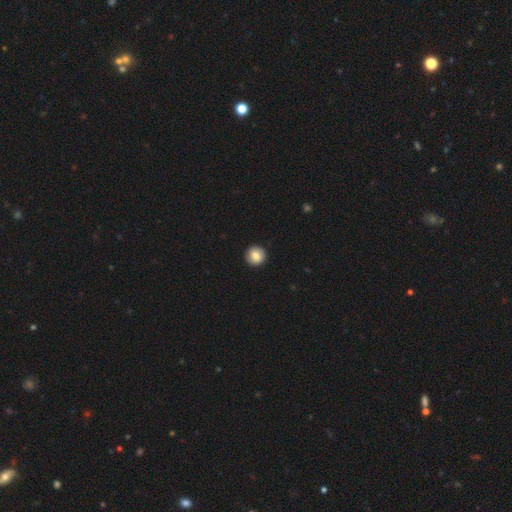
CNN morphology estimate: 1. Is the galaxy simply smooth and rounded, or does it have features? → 83% smooth, 10% featured or disk, 8% star or artifact.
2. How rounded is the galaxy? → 95% round, 4% in between, 1% cigar-shaped.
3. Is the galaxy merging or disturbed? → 93% none, 5% minor disturbance, 1% major disturbance, 1% merger.